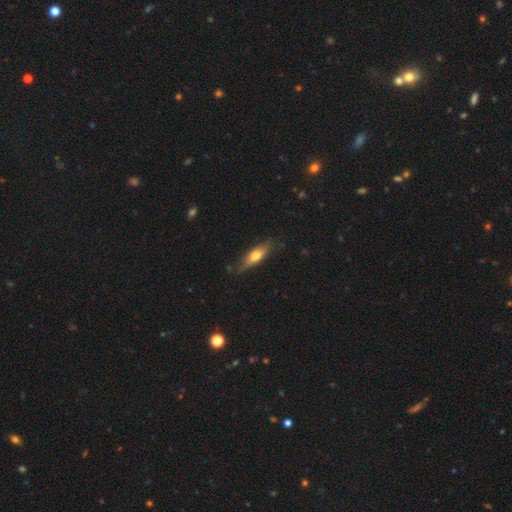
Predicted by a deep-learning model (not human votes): Smooth or featured? smooth (55%)
How rounded? cigar-shaped (57%)
Merging? none (78%)